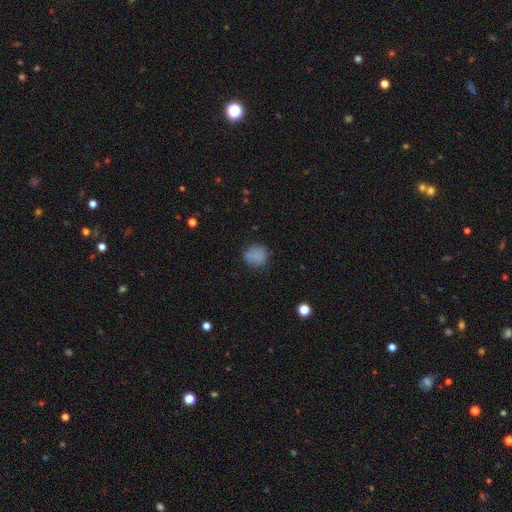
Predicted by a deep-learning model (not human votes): Smooth or featured? smooth (83%)
How rounded? round (85%)
Merging? none (80%)